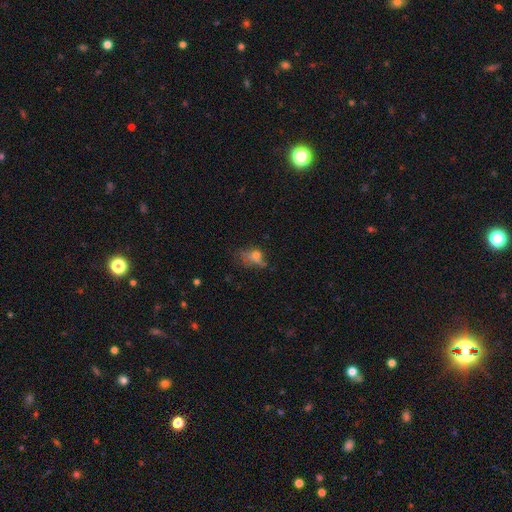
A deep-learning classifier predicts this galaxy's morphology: Overall: smooth (55%; featured or disk 26%). How rounded: in between (70%). Merging: major disturbance (37%; none 31%).